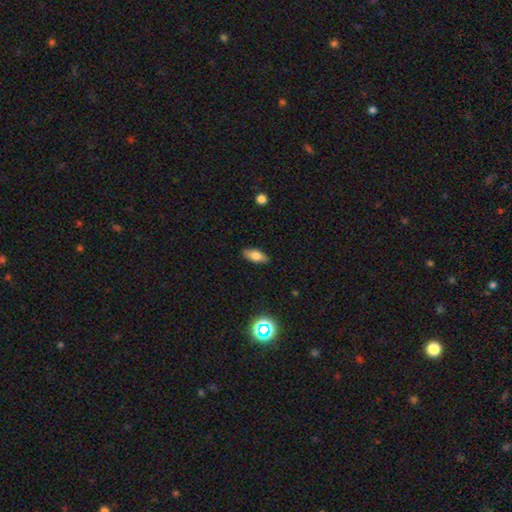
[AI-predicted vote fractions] A smooth galaxy with no disk features (72%) that is in between round and cigar-shaped (82%).

Vote fractions:
- Smooth or featured? smooth: 72% / featured or disk: 19% / star or artifact: 9%
- How rounded? in between: 82% / cigar-shaped: 15% / round: 4%
- Merging? none: 87% / minor disturbance: 10% / major disturbance: 2% / merger: 1%